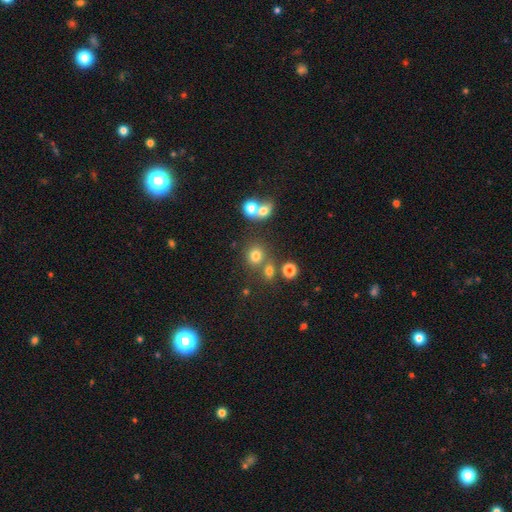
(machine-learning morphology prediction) Overall: smooth (74%). How rounded: round (81%). Merging: none (65%).